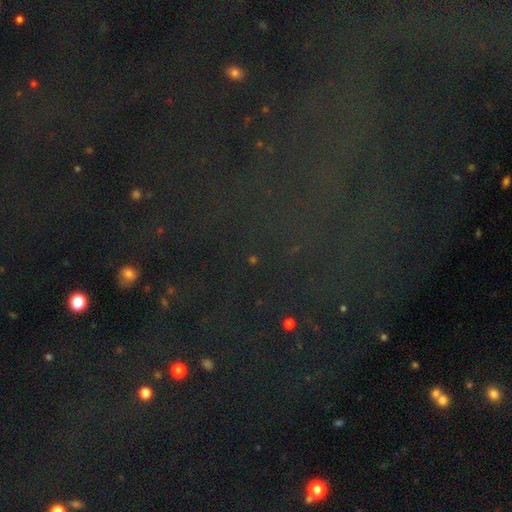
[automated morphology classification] This appears to be a star or artifact, not a galaxy (77%).